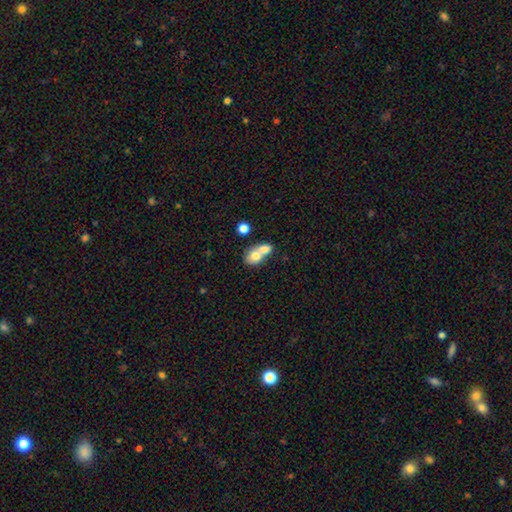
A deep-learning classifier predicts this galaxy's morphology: type=smooth (70%); roundness=in between (57%); merging=merger (71%).